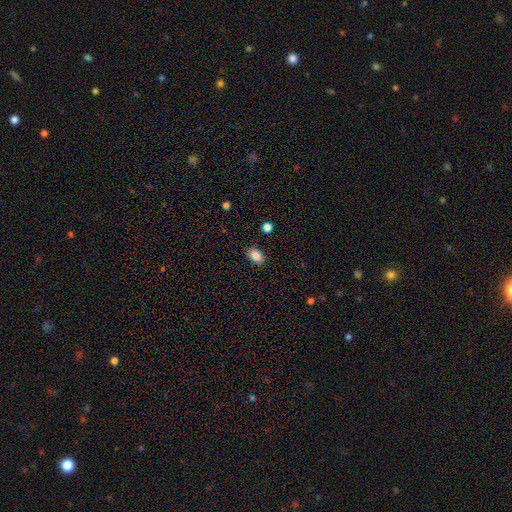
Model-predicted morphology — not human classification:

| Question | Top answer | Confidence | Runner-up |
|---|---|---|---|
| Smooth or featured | smooth | 86% | star or artifact (9%) |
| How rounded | in between | 83% | round (15%) |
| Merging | none | 87% | minor disturbance (9%) |